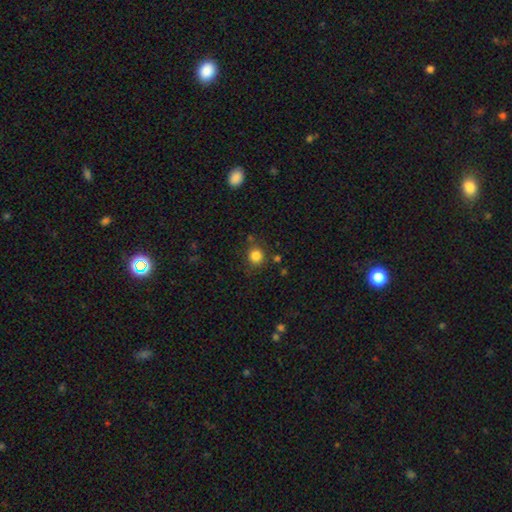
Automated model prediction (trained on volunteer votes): Overall: smooth (83%). How rounded: round (88%). Merging: none (81%).